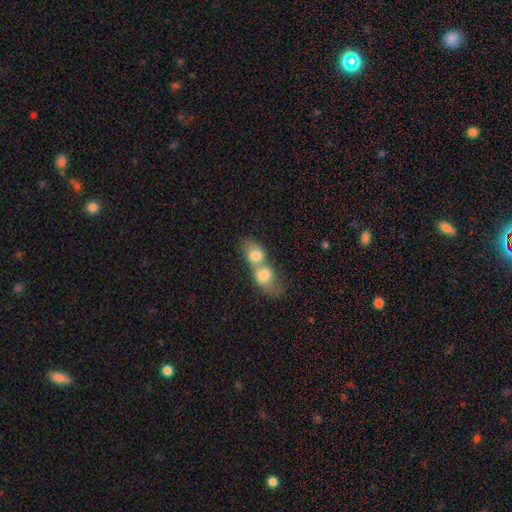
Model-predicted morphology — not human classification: This appears to be a smooth galaxy with no disk features (74%) that is in between round and cigar-shaped (56%). Merging: merger (84%).